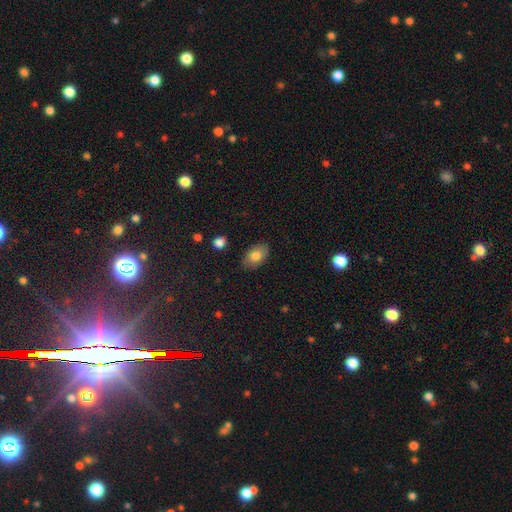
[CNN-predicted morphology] This appears to be a smooth galaxy with no disk features (80%) that is in between round and cigar-shaped (90%). Merging: none (84%).